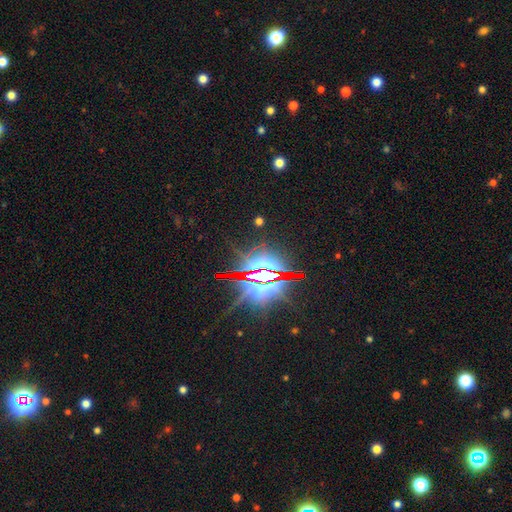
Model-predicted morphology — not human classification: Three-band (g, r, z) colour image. It shows a star or artifact, not a galaxy (86%).